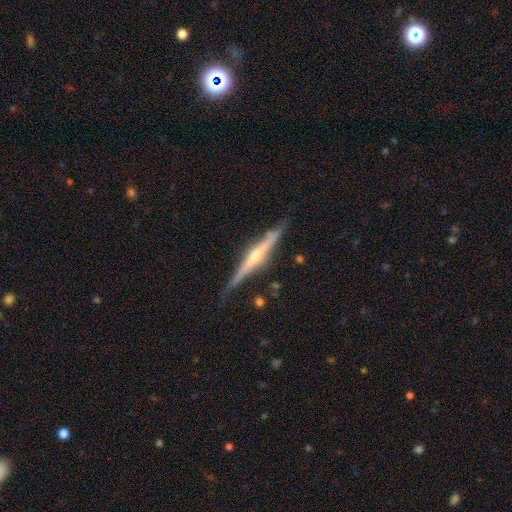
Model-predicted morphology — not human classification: This is likely a featured or disk galaxy (77%). It is clearly viewed edge-on (97%). Edge-on bulge: likely rounded (74%). Merging: clearly none (81%).